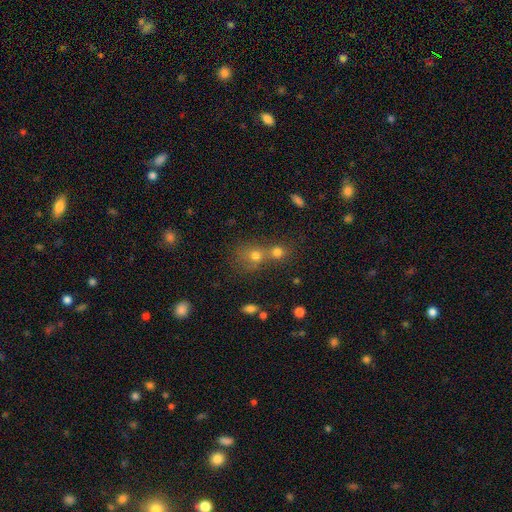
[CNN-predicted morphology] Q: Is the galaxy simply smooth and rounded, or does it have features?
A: smooth — 66%.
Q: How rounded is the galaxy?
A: round — 77%.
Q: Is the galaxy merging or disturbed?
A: merger — 52%.